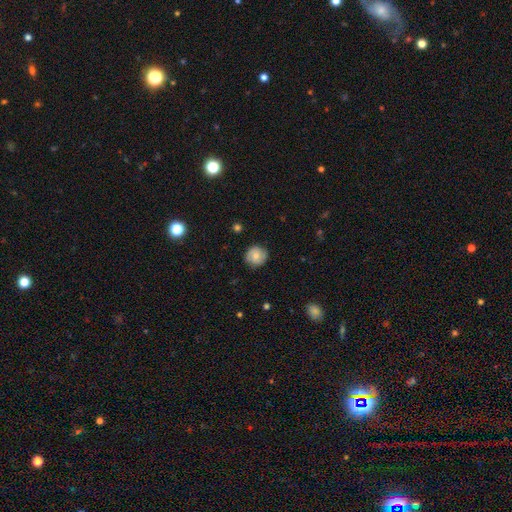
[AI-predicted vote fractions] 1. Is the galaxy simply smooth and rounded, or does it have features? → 65% smooth, 26% featured or disk, 9% star or artifact.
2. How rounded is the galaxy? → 90% round, 9% in between, 1% cigar-shaped.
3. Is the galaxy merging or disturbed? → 84% none, 12% minor disturbance, 3% major disturbance, 1% merger.